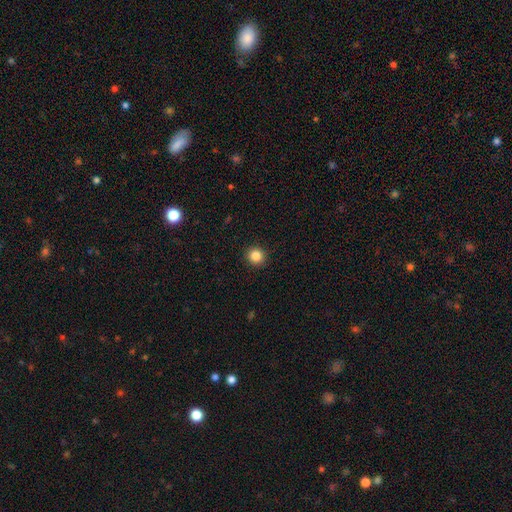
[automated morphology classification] smooth_or_featured: smooth (p=0.85) [alt: star or artifact p=0.11]
how_rounded: round (p=0.94) [alt: in between p=0.06]
merging: none (p=0.93) [alt: minor disturbance p=0.05]